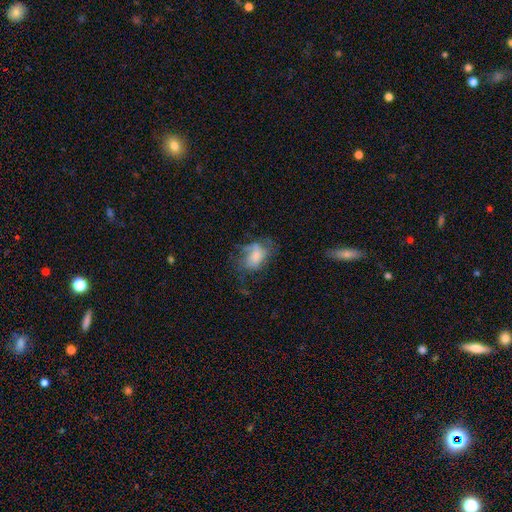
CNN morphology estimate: Smooth or featured: smooth — 46% (featured or disk — 44%)
Merging: none — 38% (major disturbance — 34%)